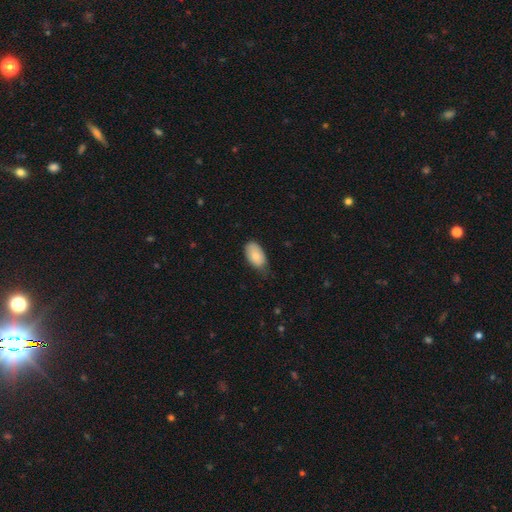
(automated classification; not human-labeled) A smooth galaxy with no disk features (80%) that is in between round and cigar-shaped (93%). Merging: none (58%).